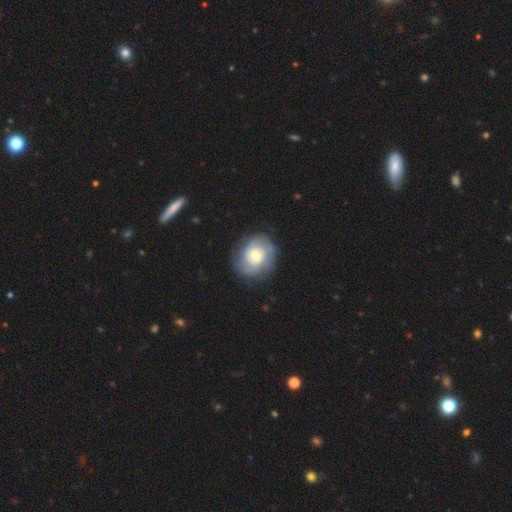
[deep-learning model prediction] smooth_or_featured: featured or disk (p=0.69) [alt: smooth p=0.25]
disk_edge_on: no (p=0.98) [alt: yes p=0.02]
bar: no (p=0.67) [alt: weak p=0.28]
has_spiral_arms: yes (p=0.89) [alt: no p=0.11]
spiral_winding: tight (p=0.59) [alt: medium p=0.32]
spiral_arm_count: 2 (p=0.45) [alt: can't tell p=0.30]
bulge_size: moderate (p=0.58) [alt: small p=0.32]
merging: none (p=0.76) [alt: minor disturbance p=0.16]